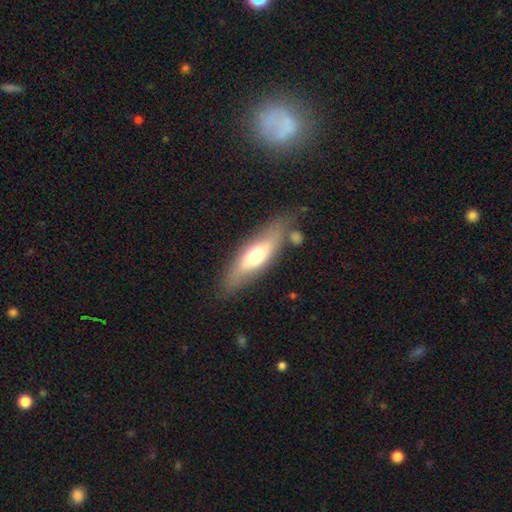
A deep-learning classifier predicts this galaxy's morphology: Q: Smooth or featured?
A: smooth (54%); runner-up: featured or disk (40%)
Q: How rounded?
A: cigar-shaped (50%); runner-up: in between (47%)
Q: Merging?
A: none (72%); runner-up: minor disturbance (15%)